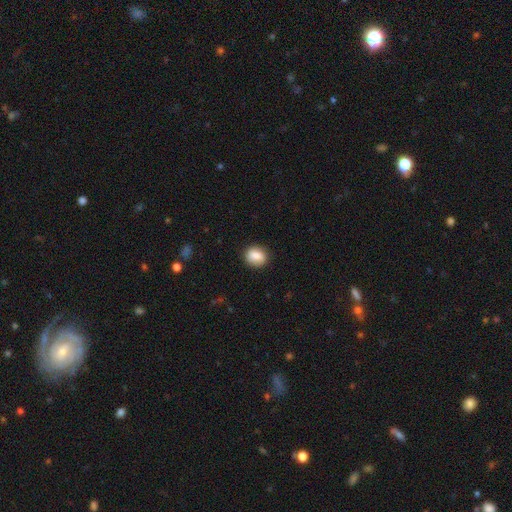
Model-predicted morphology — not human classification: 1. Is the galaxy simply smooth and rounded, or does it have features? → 83% smooth, 9% featured or disk, 8% star or artifact.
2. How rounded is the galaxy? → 65% round, 34% in between, 1% cigar-shaped.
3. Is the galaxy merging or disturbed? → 85% none, 11% minor disturbance, 3% major disturbance, 1% merger.